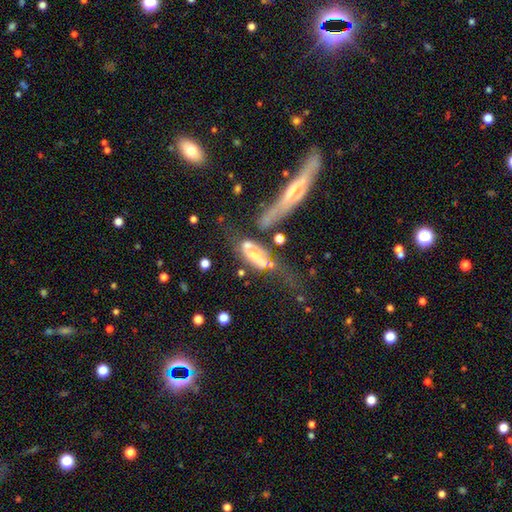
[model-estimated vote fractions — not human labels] A featured or disk galaxy (45%, tied with smooth). Merging: merger (35%).